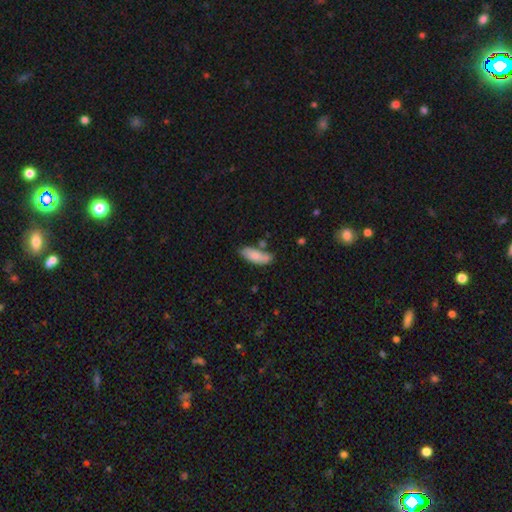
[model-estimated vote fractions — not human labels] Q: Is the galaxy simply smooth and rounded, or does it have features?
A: smooth — 81%.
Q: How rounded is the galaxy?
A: in between — 73%.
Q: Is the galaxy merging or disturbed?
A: none — 65%.